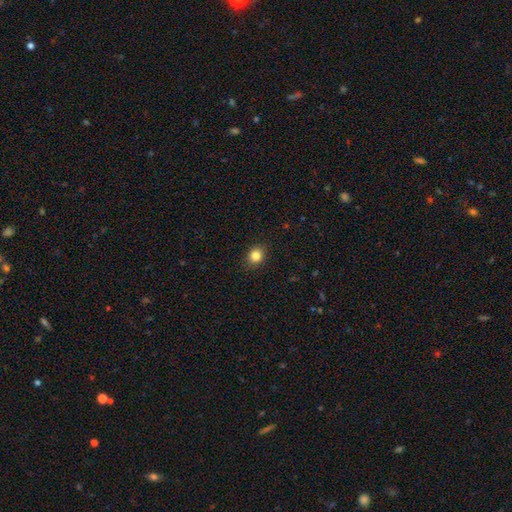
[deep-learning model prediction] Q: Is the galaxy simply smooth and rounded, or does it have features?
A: smooth — 84%.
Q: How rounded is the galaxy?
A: round — 66%.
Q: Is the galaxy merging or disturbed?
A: none — 89%.